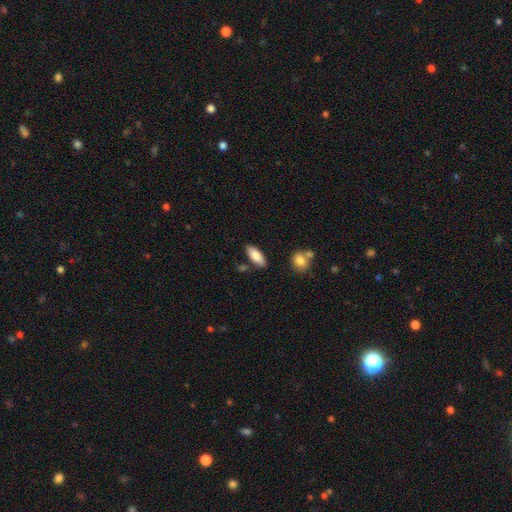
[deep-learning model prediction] A smooth galaxy with no disk features (84%) that is in between round and cigar-shaped (82%).

Vote fractions:
- Smooth or featured? smooth: 84% / featured or disk: 10% / star or artifact: 6%
- How rounded? in between: 82% / cigar-shaped: 16% / round: 2%
- Merging? none: 82% / minor disturbance: 11% / merger: 4% / major disturbance: 2%